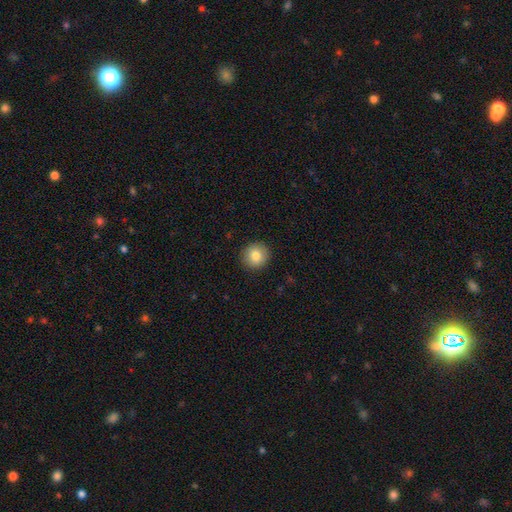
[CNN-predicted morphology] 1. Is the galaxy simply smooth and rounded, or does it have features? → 82% smooth, 9% featured or disk, 9% star or artifact.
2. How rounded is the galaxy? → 94% round, 5% in between, 1% cigar-shaped.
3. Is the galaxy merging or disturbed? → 92% none, 6% minor disturbance, 2% major disturbance, 1% merger.